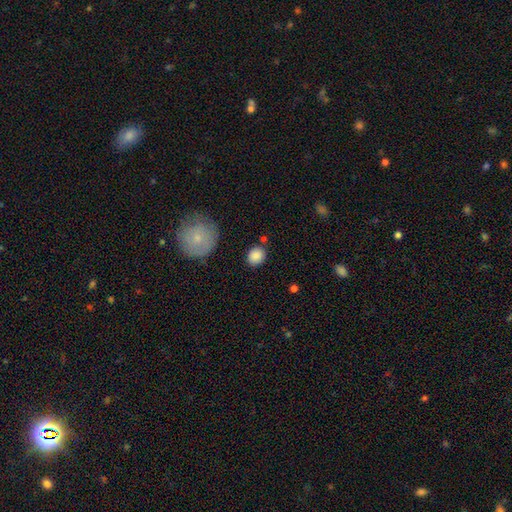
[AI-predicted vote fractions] Smooth or featured: smooth — 87% (star or artifact — 8%)
How rounded: round — 67% (in between — 32%)
Merging: none — 82% (minor disturbance — 11%)